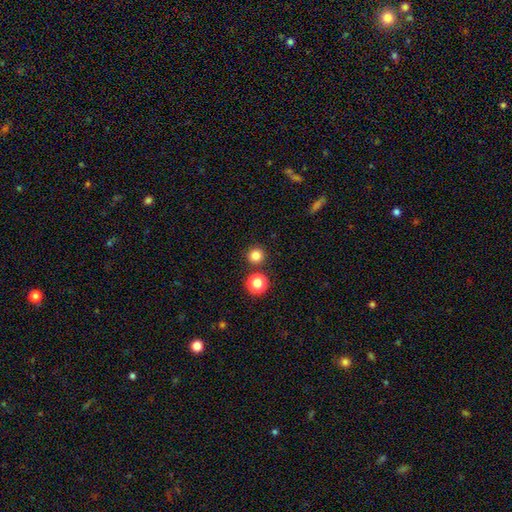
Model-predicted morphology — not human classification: smooth-or-featured: smooth: 82% | star or artifact: 14% | featured or disk: 4%
  how-rounded: round: 95% | in between: 4% | cigar-shaped: 1%
  merging: none: 87% | merger: 6% | minor disturbance: 5% | major disturbance: 2%